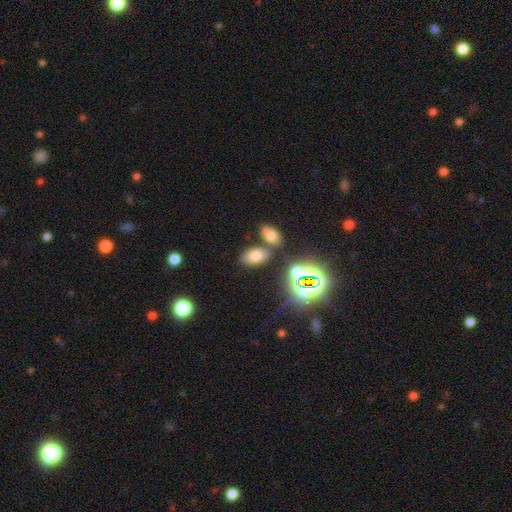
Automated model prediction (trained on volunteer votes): smooth 66%, star or artifact 22%, featured or disk 12%. Down the decision tree: how rounded — in between (90%); merging — none (69%).